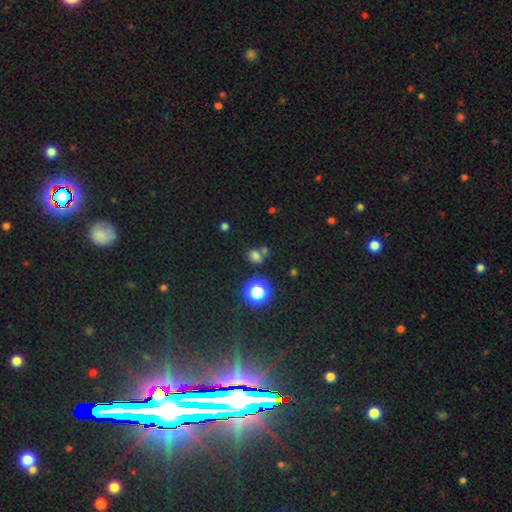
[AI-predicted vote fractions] The model was most divided on "how rounded": round: 55%, in between: 44%, cigar-shaped: 1%. More confident: smooth or featured — smooth (64%); merging — none (61%).